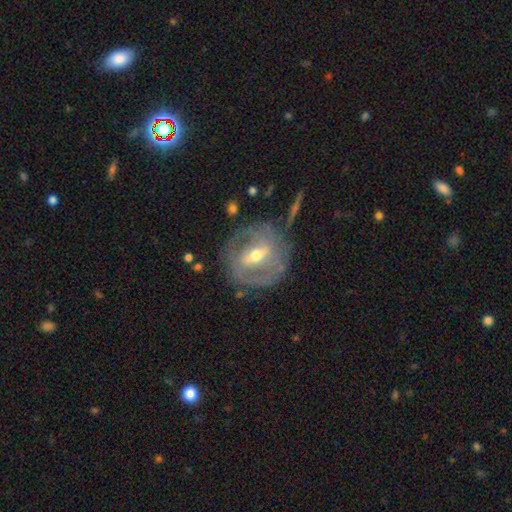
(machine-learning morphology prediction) A featured or disk galaxy (74%) with a strong bar (47%), spiral arms (54%) and a moderate central bulge (62%).

Vote fractions:
- Smooth or featured? featured or disk: 74% / smooth: 20% / star or artifact: 6%
- Edge-on disk? no: 90% / yes: 10%
- Bar? strong: 47% / weak: 39% / no: 14%
- Spiral arms? yes: 54% / no: 46%
- Bulge size? moderate: 62% / small: 32% / large: 4% / none: 1% / dominant: 1%
- Merging? none: 76% / minor disturbance: 14% / major disturbance: 7% / merger: 3%